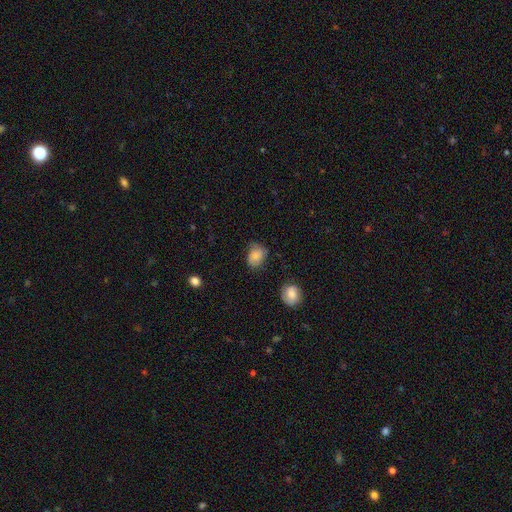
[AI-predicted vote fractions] Morphology: type=smooth (75%); roundness=in between (55%); merging=none (63%).